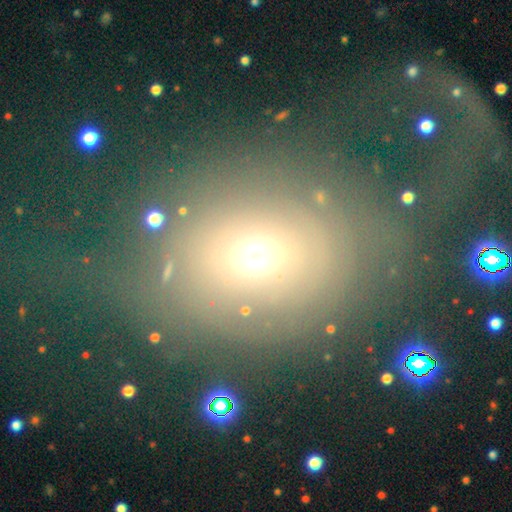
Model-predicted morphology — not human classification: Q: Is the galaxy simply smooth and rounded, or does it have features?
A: smooth — 58%.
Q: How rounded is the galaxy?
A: in between — 50%.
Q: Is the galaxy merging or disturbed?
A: none — 69%.